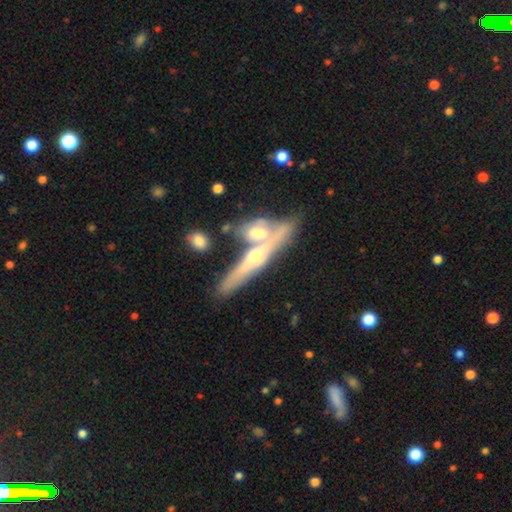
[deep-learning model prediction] Smooth or featured?
  - featured or disk: 69% *
  - smooth: 25%
  - star or artifact: 7%
Edge-on disk?
  - yes: 88% *
  - no: 12%
Edge-on bulge?
  - rounded: 85% *
  - none: 10%
  - boxy: 5%
Merging?
  - none: 47% *
  - merger: 38%
  - minor disturbance: 11%
  - major disturbance: 4%